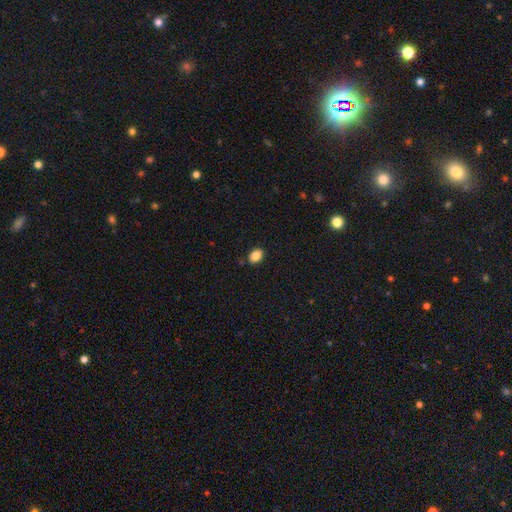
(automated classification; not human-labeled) smooth 86%, star or artifact 9%, featured or disk 4%. Down the decision tree: how rounded — in between (72%); merging — none (86%).